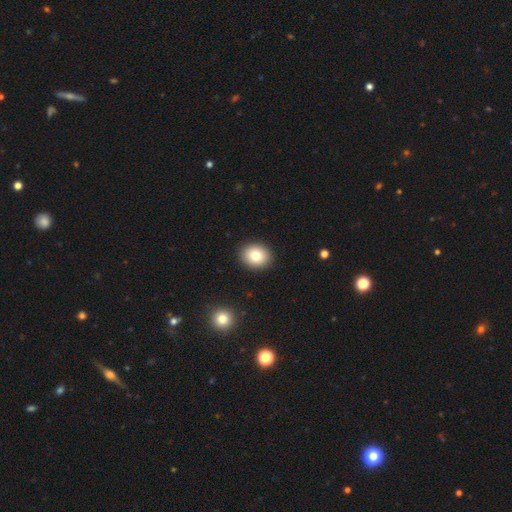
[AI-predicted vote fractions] smooth_or_featured: smooth (p=0.79) [alt: featured or disk p=0.11]
how_rounded: round (p=0.59) [alt: in between p=0.40]
merging: none (p=0.90) [alt: minor disturbance p=0.06]